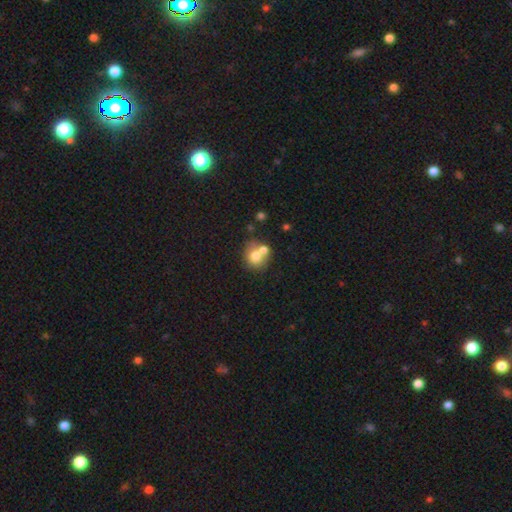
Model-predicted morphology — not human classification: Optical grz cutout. It shows a smooth galaxy with no disk features (71%) that is round (77%). Merging: none (45%).